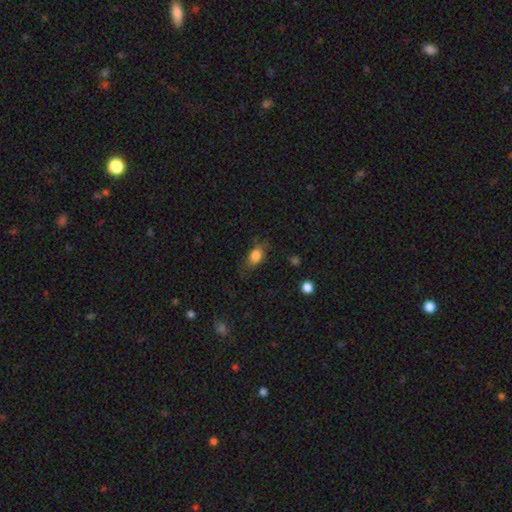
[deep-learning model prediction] Morphology: type=smooth (82%); roundness=in between (81%); merging=none (67%).